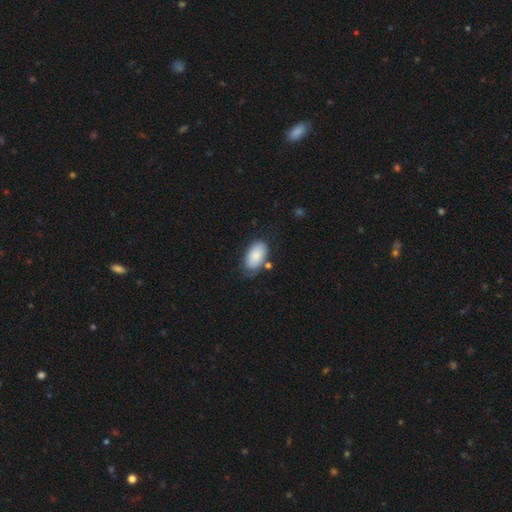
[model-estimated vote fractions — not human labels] Q: Smooth or featured?
A: smooth (84%); runner-up: featured or disk (10%)
Q: How rounded?
A: in between (95%); runner-up: round (3%)
Q: Merging?
A: none (65%); runner-up: minor disturbance (22%)